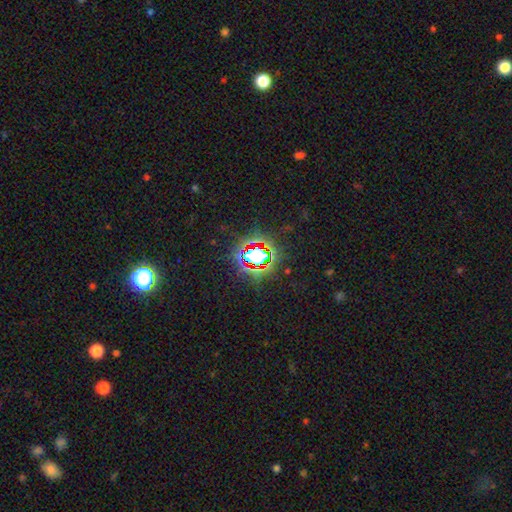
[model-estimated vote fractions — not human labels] A star or artifact, not a galaxy (76%).